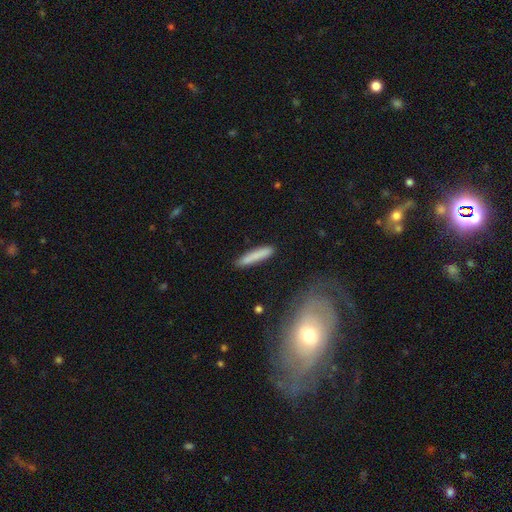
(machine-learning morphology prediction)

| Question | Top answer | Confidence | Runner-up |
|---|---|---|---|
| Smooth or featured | smooth | 81% | featured or disk (12%) |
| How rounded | cigar-shaped | 91% | in between (8%) |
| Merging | none | 86% | minor disturbance (9%) |